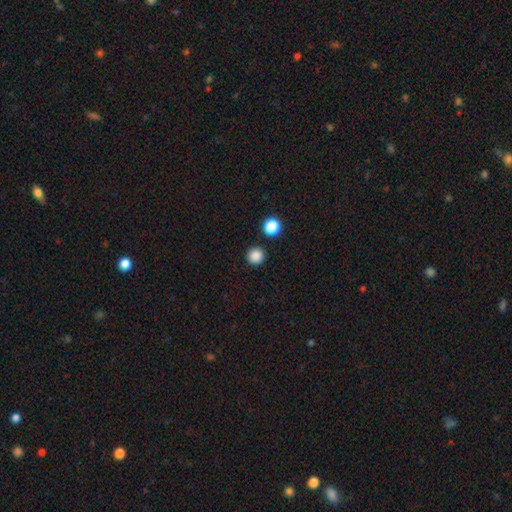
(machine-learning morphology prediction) Smooth or featured: smooth — 86% (star or artifact — 11%)
How rounded: round — 95% (in between — 4%)
Merging: none — 90% (minor disturbance — 5%)